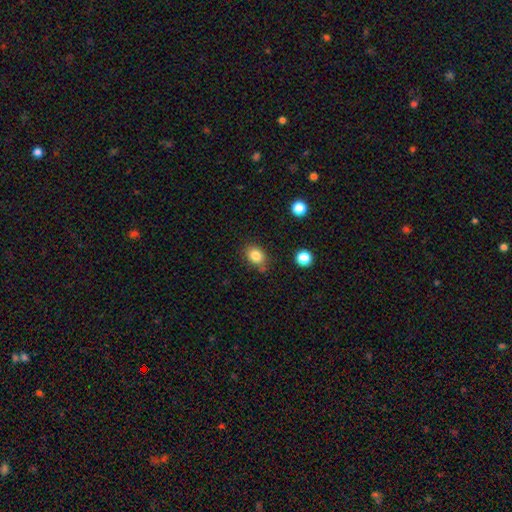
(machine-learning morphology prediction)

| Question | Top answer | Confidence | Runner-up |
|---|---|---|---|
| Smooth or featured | smooth | 83% | star or artifact (11%) |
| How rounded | in between | 57% | round (42%) |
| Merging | none | 72% | minor disturbance (20%) |